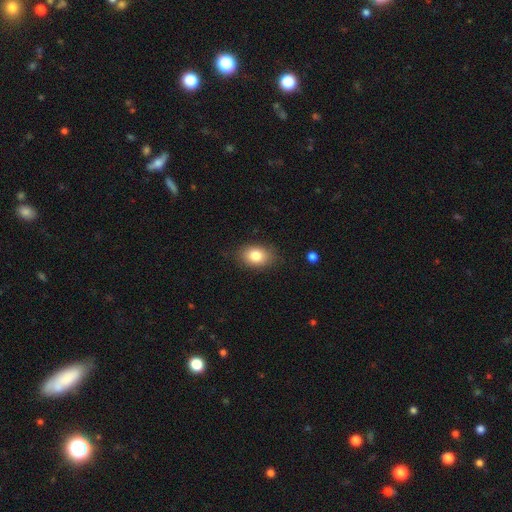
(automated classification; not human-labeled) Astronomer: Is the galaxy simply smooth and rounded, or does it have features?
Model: smooth — 83%.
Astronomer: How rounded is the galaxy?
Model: in between — 80%.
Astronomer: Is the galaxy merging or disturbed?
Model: none — 82%.